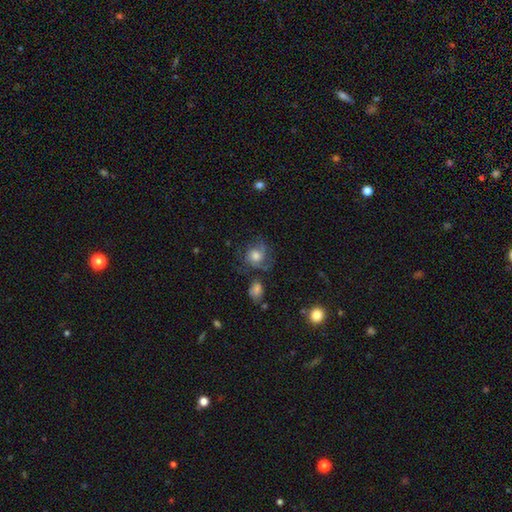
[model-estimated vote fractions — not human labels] This is possibly a featured or disk galaxy (50%). Merging: possibly none (52%).